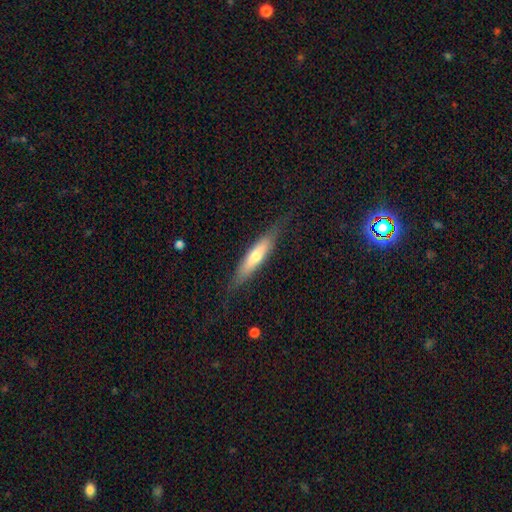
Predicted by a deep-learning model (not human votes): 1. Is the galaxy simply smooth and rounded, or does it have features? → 55% smooth, 39% featured or disk, 6% star or artifact.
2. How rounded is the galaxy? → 82% cigar-shaped, 17% in between, 2% round.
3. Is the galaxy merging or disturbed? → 79% none, 15% minor disturbance, 5% major disturbance, 1% merger.